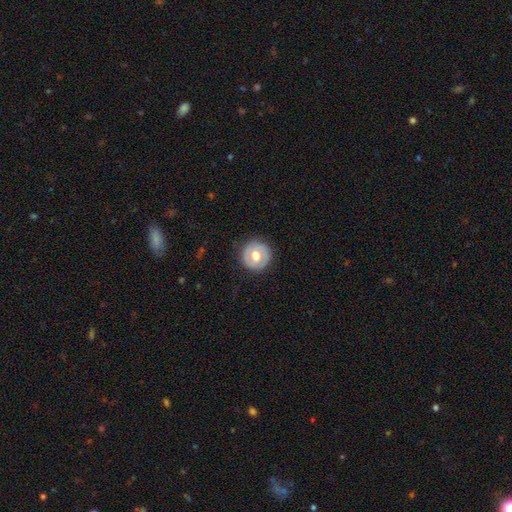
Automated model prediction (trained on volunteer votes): A smooth galaxy with no disk features (56%) that is round (94%). Merging: none (88%).